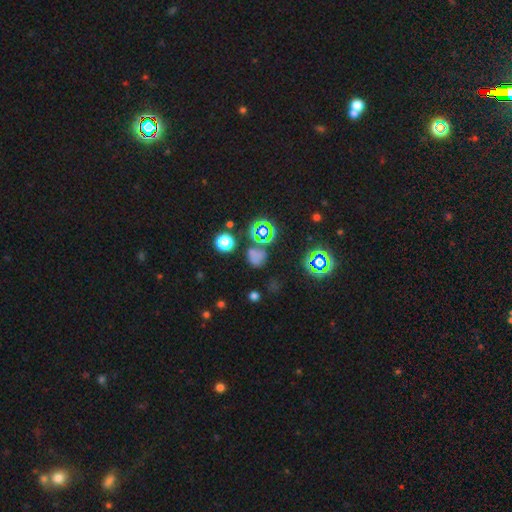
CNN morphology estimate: The model was most divided on "smooth or featured": smooth: 49%, star or artifact: 42%, featured or disk: 9%. More confident: merging — none (63%).